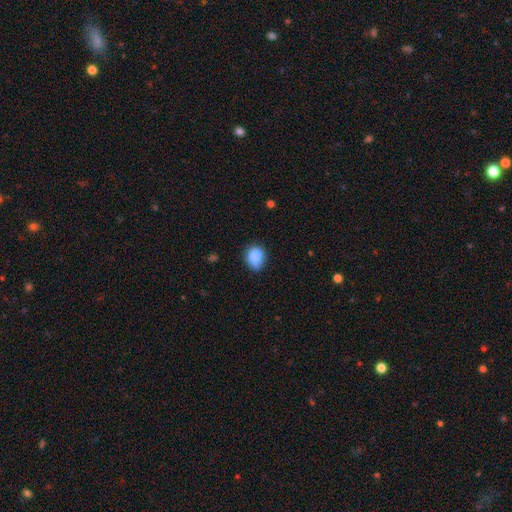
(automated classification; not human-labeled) This appears to be a smooth galaxy with no disk features (83%) that is round (62%). Merging: none (64%).